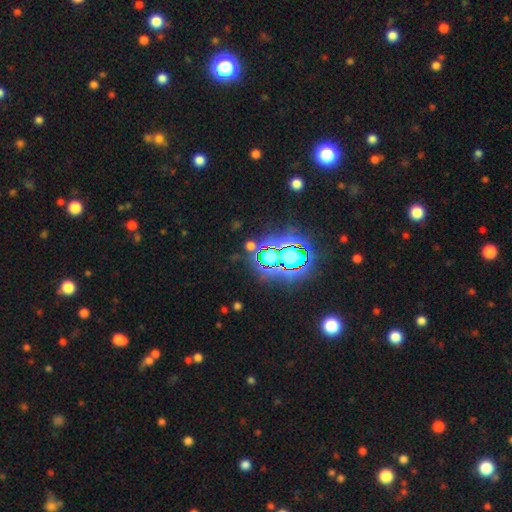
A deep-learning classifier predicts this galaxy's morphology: A star or artifact, not a galaxy (77%).

Vote fractions:
- Smooth or featured? star or artifact: 77% / smooth: 13% / featured or disk: 10%